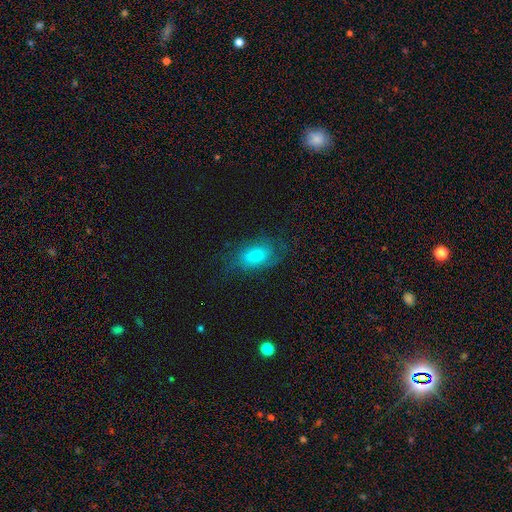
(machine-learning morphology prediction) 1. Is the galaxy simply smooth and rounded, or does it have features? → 58% smooth, 32% featured or disk, 9% star or artifact.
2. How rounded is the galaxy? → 86% in between, 11% round, 3% cigar-shaped.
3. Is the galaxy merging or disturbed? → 63% none, 23% minor disturbance, 13% major disturbance, 1% merger.